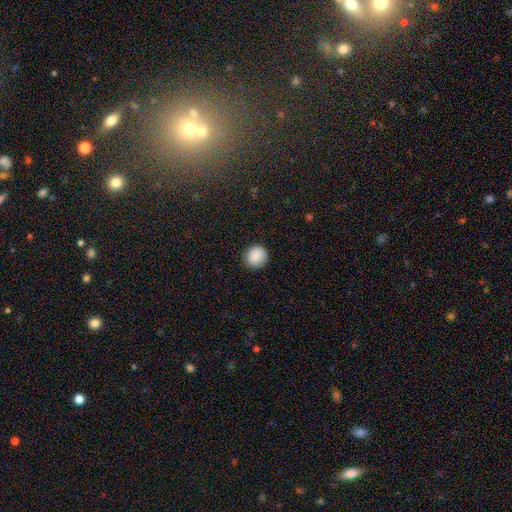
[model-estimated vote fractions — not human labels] The model was most divided on "smooth or featured": smooth: 89%, star or artifact: 8%, featured or disk: 3%. More confident: how rounded — round (90%); merging — none (89%).